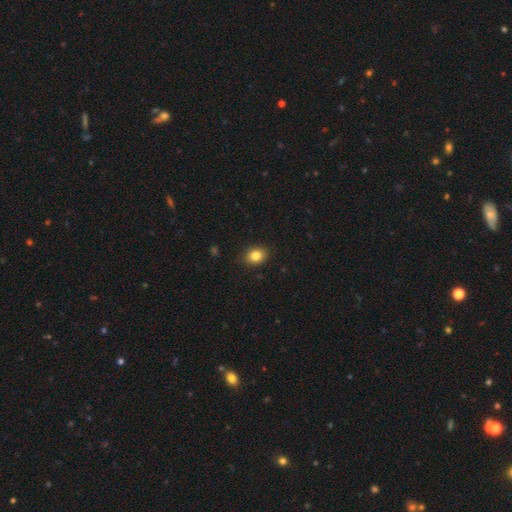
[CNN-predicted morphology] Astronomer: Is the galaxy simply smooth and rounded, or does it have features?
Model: smooth — 84%.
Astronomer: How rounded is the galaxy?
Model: in between — 58% (runner-up: round, 41%).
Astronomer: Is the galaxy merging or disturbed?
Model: none — 88%.